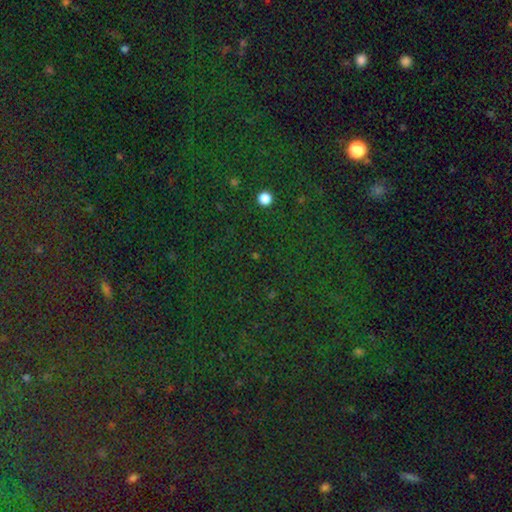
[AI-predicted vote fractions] Smooth or featured? star or artifact (70%)